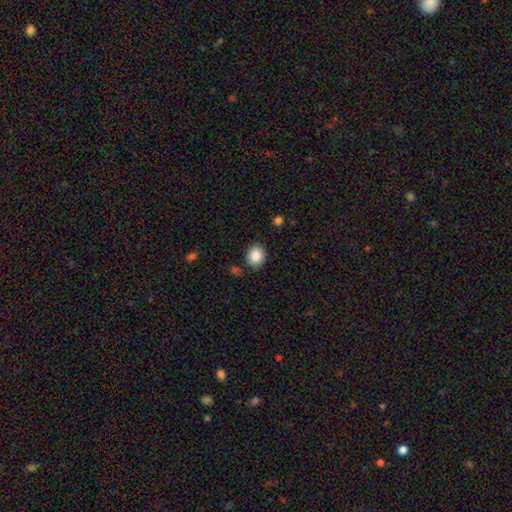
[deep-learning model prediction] smooth 88%, star or artifact 9%, featured or disk 4%. Down the decision tree: how rounded — round (68%); merging — none (83%).